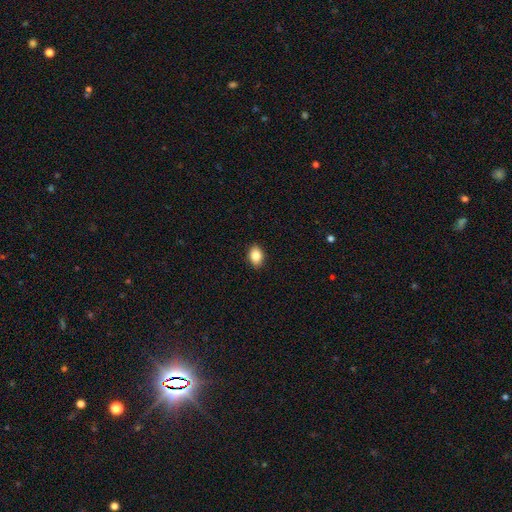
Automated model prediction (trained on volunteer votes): Smooth or featured? smooth (86%)
How rounded? in between (79%)
Merging? none (90%)